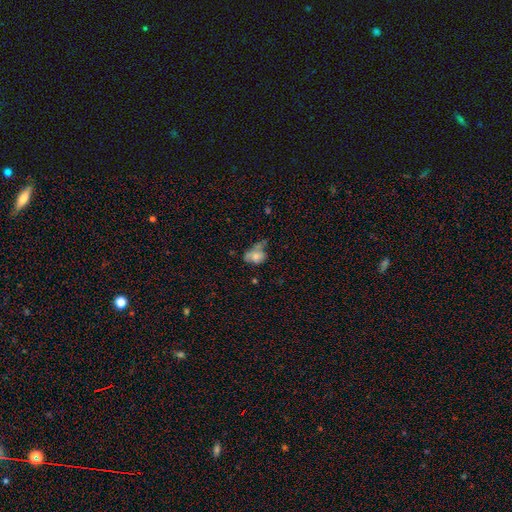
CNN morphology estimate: Smooth or featured? Predicted: smooth (p=0.63). How rounded? Predicted: in between (p=0.67). Merging? Predicted: minor disturbance (p=0.28, tied with major disturbance).